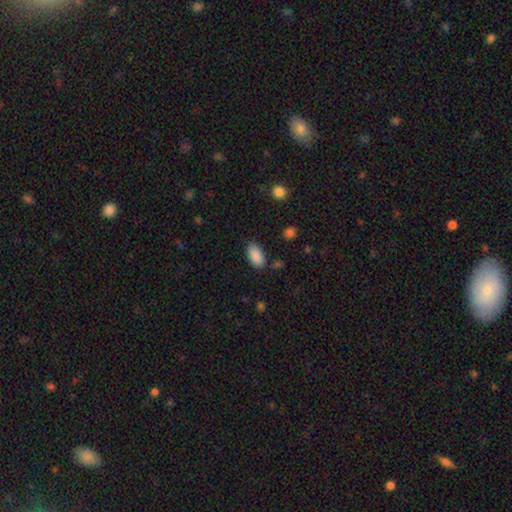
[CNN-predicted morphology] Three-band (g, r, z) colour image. It shows a smooth galaxy with no disk features (89%) that is in between round and cigar-shaped (94%). Merging: none (84%).